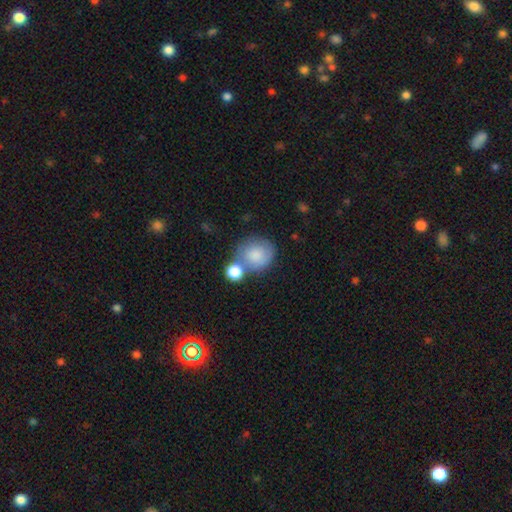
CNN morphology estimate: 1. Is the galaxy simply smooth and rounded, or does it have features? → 73% smooth, 19% featured or disk, 8% star or artifact.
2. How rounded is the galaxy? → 80% round, 19% in between, 1% cigar-shaped.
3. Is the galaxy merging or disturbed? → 41% none, 32% merger, 18% minor disturbance, 9% major disturbance.